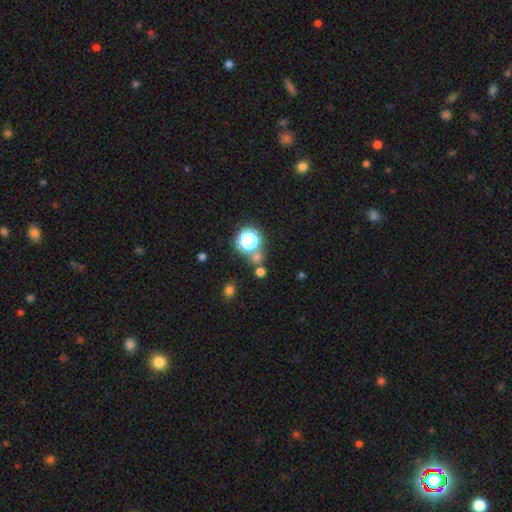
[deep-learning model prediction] Q: Smooth or featured?
A: star or artifact (52%); runner-up: smooth (40%)